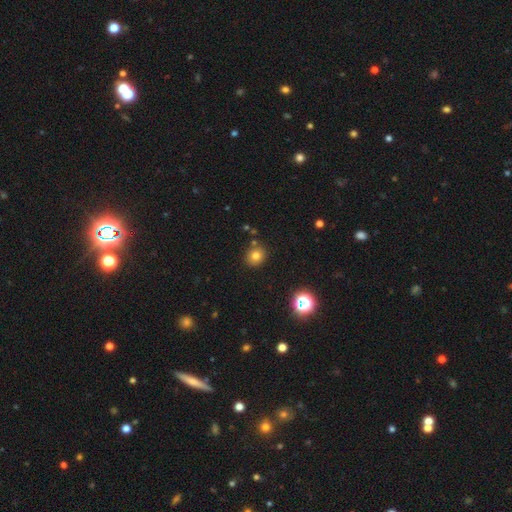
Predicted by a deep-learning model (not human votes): Smooth or featured?
  - smooth: 75% *
  - star or artifact: 16%
  - featured or disk: 9%
How rounded?
  - round: 78% *
  - in between: 21%
  - cigar-shaped: 1%
Merging?
  - none: 83% *
  - minor disturbance: 9%
  - merger: 6%
  - major disturbance: 3%